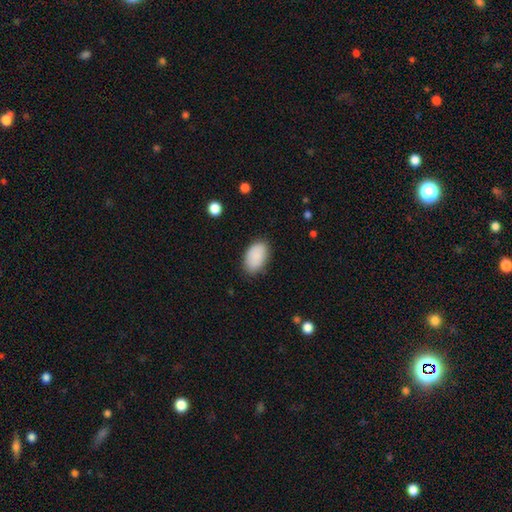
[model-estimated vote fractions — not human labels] Smooth or featured?
  - smooth: 90% *
  - star or artifact: 6%
  - featured or disk: 4%
How rounded?
  - in between: 94% *
  - round: 5%
  - cigar-shaped: 1%
Merging?
  - none: 83% *
  - minor disturbance: 13%
  - major disturbance: 3%
  - merger: 1%